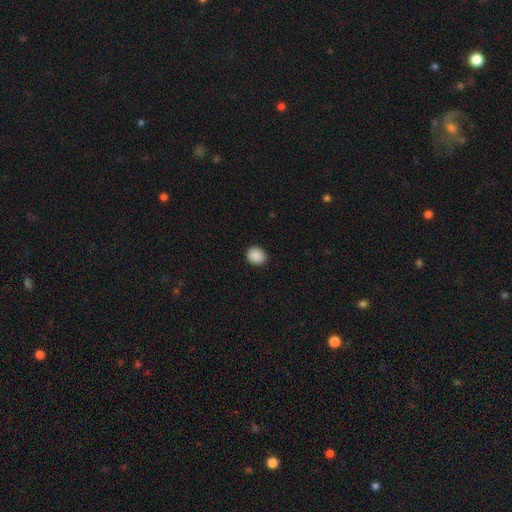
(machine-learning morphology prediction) smooth 90%, star or artifact 8%, featured or disk 2%. Down the decision tree: how rounded — round (63%); merging — none (90%).